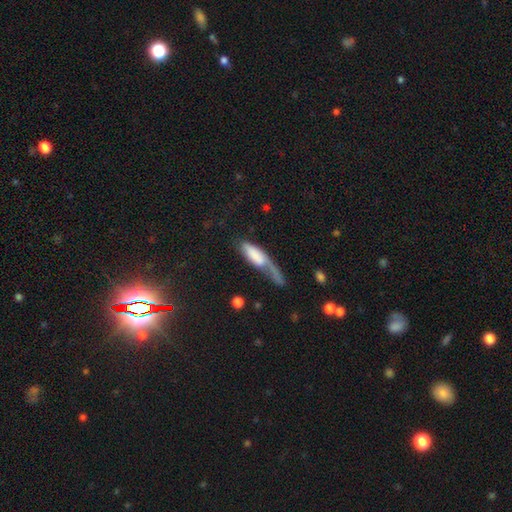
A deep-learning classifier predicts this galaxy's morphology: smooth_or_featured: smooth (p=0.66) [alt: featured or disk p=0.27]
how_rounded: in between (p=0.59) [alt: cigar-shaped p=0.38]
merging: major disturbance (p=0.43) [alt: minor disturbance p=0.20]